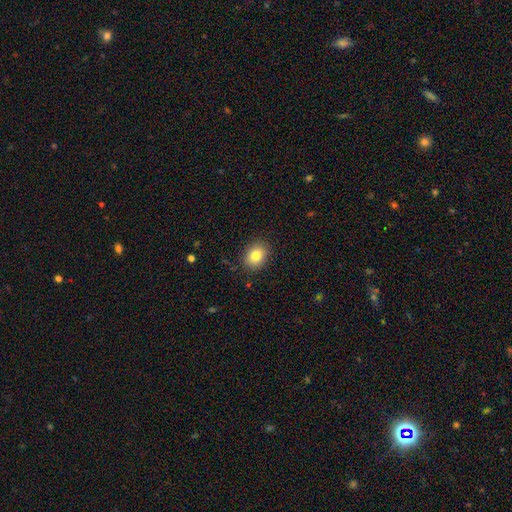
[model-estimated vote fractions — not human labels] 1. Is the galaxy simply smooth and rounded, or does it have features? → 82% smooth, 9% star or artifact, 9% featured or disk.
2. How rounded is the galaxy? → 56% in between, 43% round, 1% cigar-shaped.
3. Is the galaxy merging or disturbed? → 88% none, 8% minor disturbance, 2% major disturbance, 1% merger.